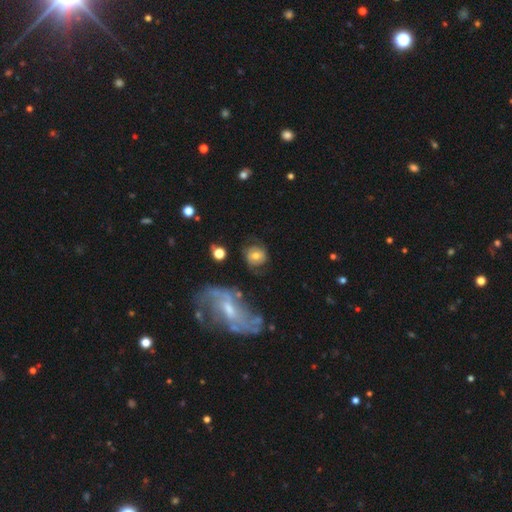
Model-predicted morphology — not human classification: This appears to be a smooth galaxy with no disk features (50%). Merging: none (70%).